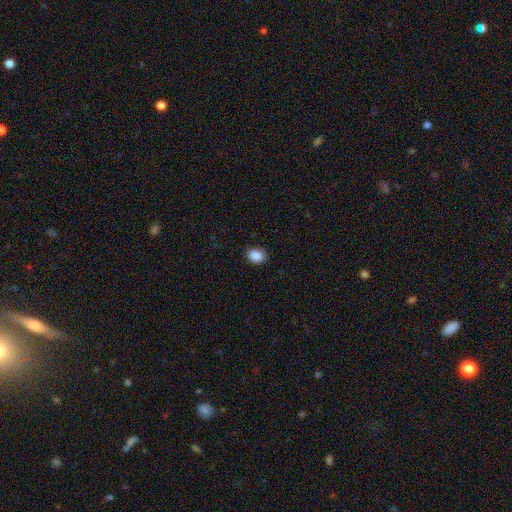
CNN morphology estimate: A smooth galaxy with no disk features (88%) that is in between round and cigar-shaped (56%).

Vote fractions:
- Smooth or featured? smooth: 88% / star or artifact: 9% / featured or disk: 3%
- How rounded? in between: 56% / round: 43% / cigar-shaped: 1%
- Merging? none: 84% / minor disturbance: 13% / major disturbance: 3% / merger: 1%